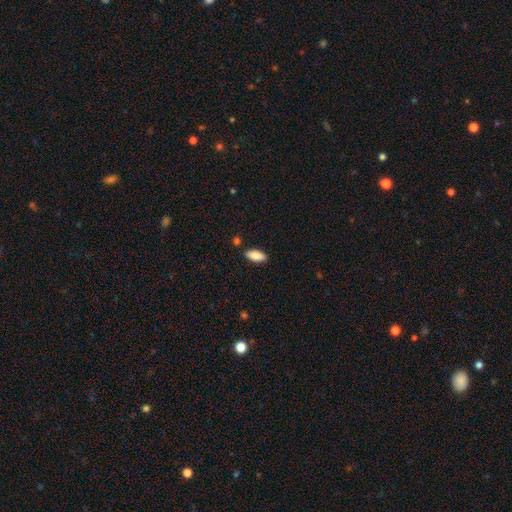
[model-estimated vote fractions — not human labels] This is clearly a smooth galaxy (84%). How rounded: likely in between (76%). Merging: clearly none (87%).